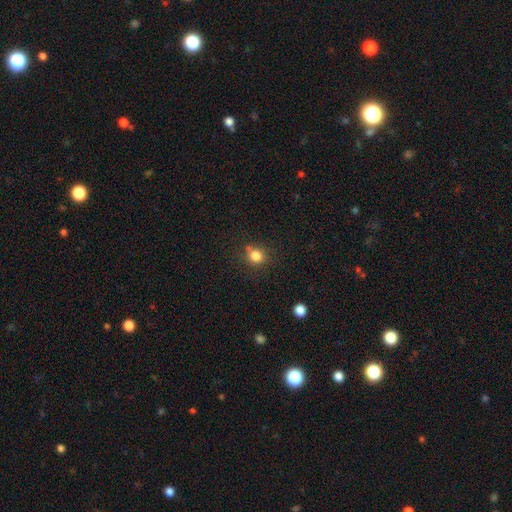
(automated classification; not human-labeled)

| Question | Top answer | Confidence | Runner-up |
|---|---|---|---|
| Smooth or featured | smooth | 81% | star or artifact (13%) |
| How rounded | round | 81% | in between (18%) |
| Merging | none | 70% | minor disturbance (15%) |